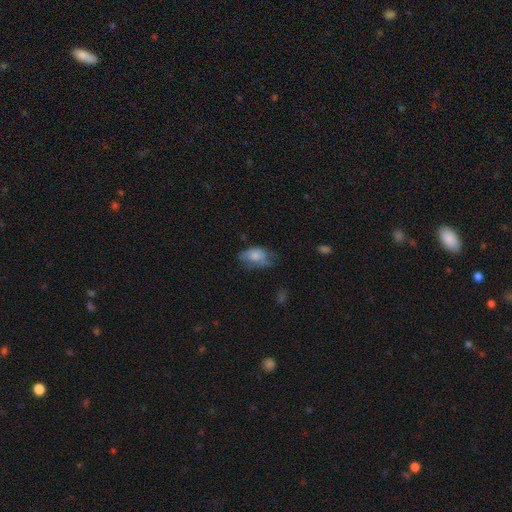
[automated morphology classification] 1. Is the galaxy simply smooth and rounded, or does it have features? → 74% smooth, 18% featured or disk, 8% star or artifact.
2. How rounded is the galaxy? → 87% in between, 11% round, 2% cigar-shaped.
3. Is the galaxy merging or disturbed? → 37% none, 36% minor disturbance, 24% major disturbance, 3% merger.